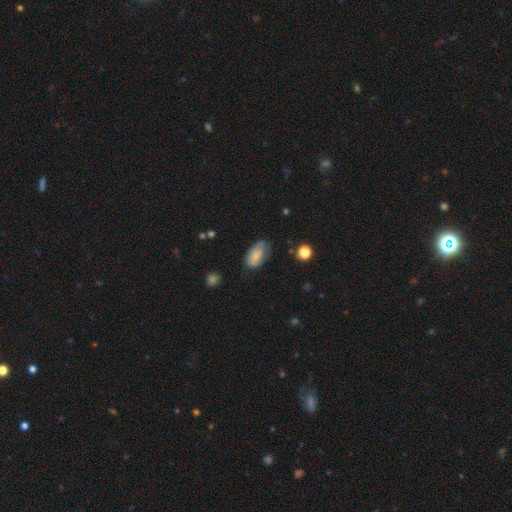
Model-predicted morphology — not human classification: This is likely a smooth galaxy (73%). How rounded: clearly in between (92%). Merging: possibly none (50%).